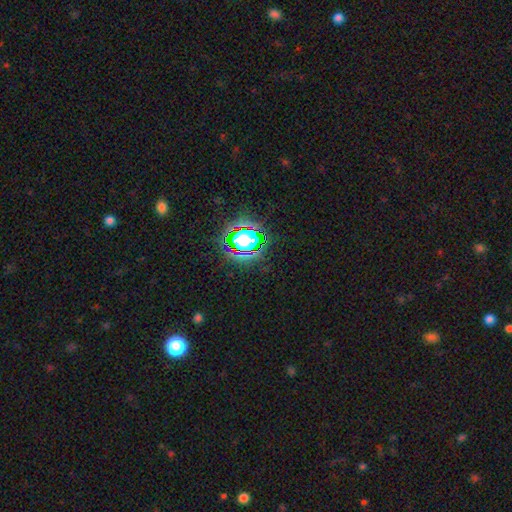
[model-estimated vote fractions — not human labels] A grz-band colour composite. It shows a star or artifact, not a galaxy (78%).